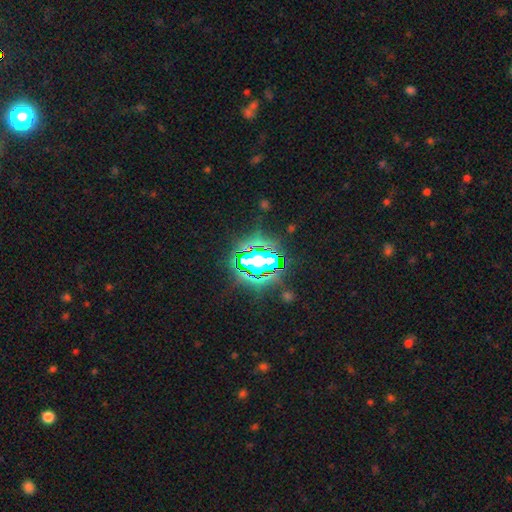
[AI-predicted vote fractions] This is likely a star or artifact rather than a galaxy (73%).